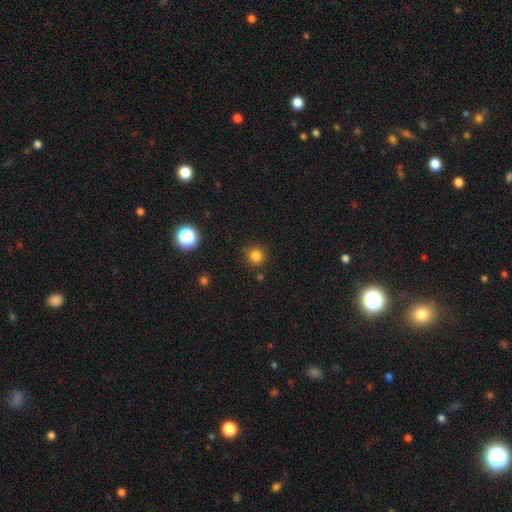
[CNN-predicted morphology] Q: Smooth or featured?
A: smooth (81%); runner-up: star or artifact (14%)
Q: How rounded?
A: round (94%); runner-up: in between (5%)
Q: Merging?
A: none (88%); runner-up: minor disturbance (7%)